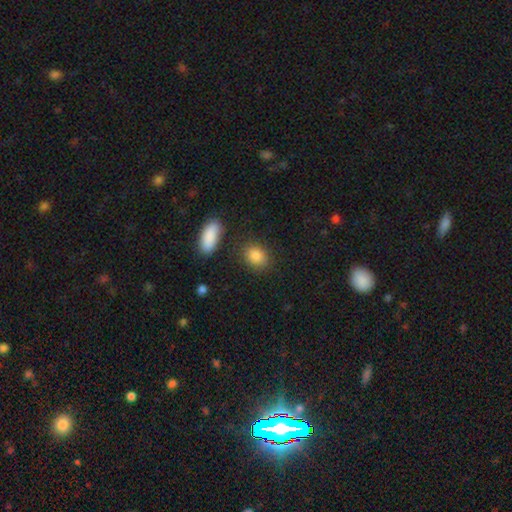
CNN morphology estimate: The model was most divided on "how rounded": in between: 65%, round: 33%, cigar-shaped: 2%. More confident: smooth or featured — smooth (87%); merging — none (80%).